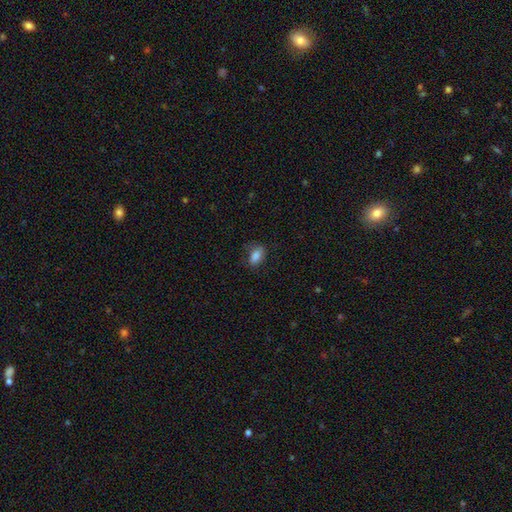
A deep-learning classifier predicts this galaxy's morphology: A smooth galaxy with no disk features (84%) that is in between round and cigar-shaped (87%).

Vote fractions:
- Smooth or featured? smooth: 84% / star or artifact: 9% / featured or disk: 7%
- How rounded? in between: 87% / round: 9% / cigar-shaped: 3%
- Merging? none: 71% / minor disturbance: 21% / major disturbance: 6% / merger: 1%